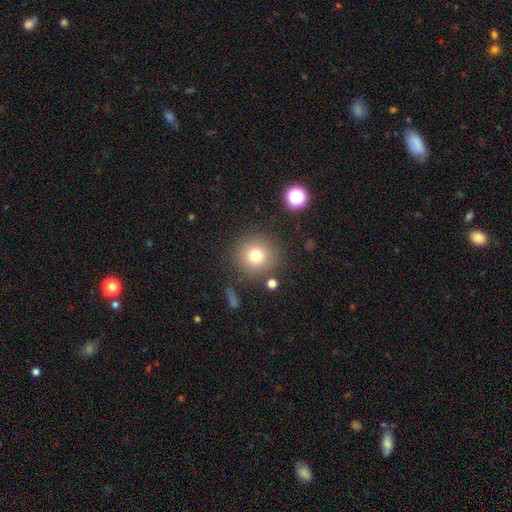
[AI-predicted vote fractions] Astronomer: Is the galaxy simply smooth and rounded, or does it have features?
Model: smooth — 78%.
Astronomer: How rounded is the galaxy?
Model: round — 93%.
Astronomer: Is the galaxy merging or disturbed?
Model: none — 84%.